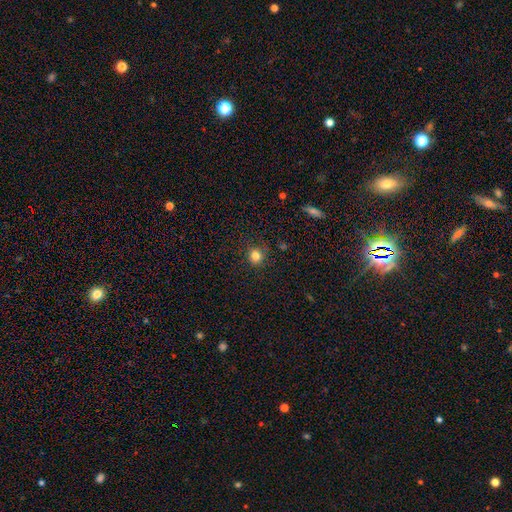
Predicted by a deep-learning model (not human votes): A smooth galaxy with no disk features (82%) that is round (89%).

Vote fractions:
- Smooth or featured? smooth: 82% / star or artifact: 13% / featured or disk: 5%
- How rounded? round: 89% / in between: 10% / cigar-shaped: 1%
- Merging? none: 85% / minor disturbance: 10% / major disturbance: 3% / merger: 1%